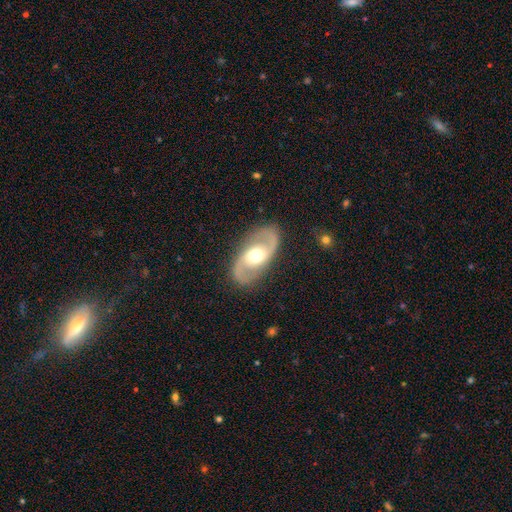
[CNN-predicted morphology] smooth-or-featured: featured or disk: 87% | smooth: 9% | star or artifact: 4%
  disk-edge-on: no: 96% | yes: 4%
    bar: no: 52% | weak: 34% | strong: 13%
    has-spiral-arms: yes: 93% | no: 7%
      spiral-winding: medium: 51% | loose: 34% | tight: 15%
      spiral-arm-count: 2: 93% | can't tell: 2% | 1: 1% | 3: 1% | 4: 1% | more than 4: 1%
    bulge-size: moderate: 72% | large: 15% | small: 10% | dominant: 1% | none: 1%
  merging: none: 86% | minor disturbance: 9% | major disturbance: 3% | merger: 1%